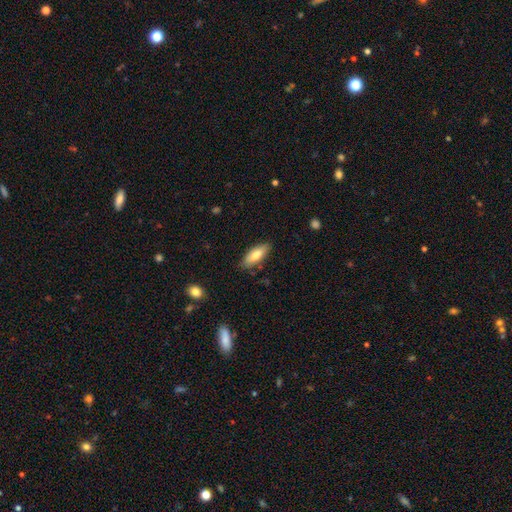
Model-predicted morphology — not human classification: Smooth or featured? smooth (74%)
How rounded? in between (71%)
Merging? none (82%)